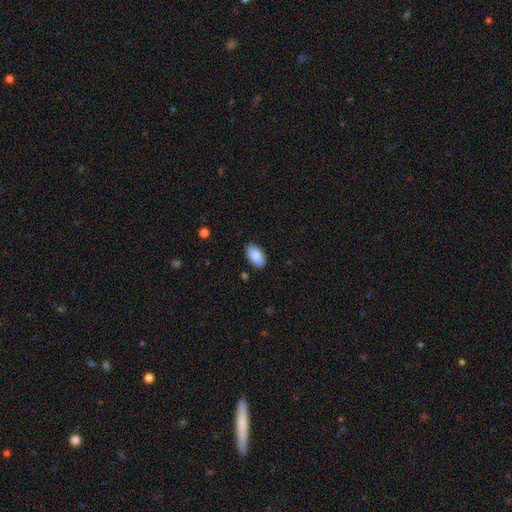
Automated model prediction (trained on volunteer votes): smooth_or_featured: smooth (p=0.88) [alt: star or artifact p=0.06]
how_rounded: in between (p=0.95) [alt: round p=0.03]
merging: none (p=0.86) [alt: minor disturbance p=0.10]